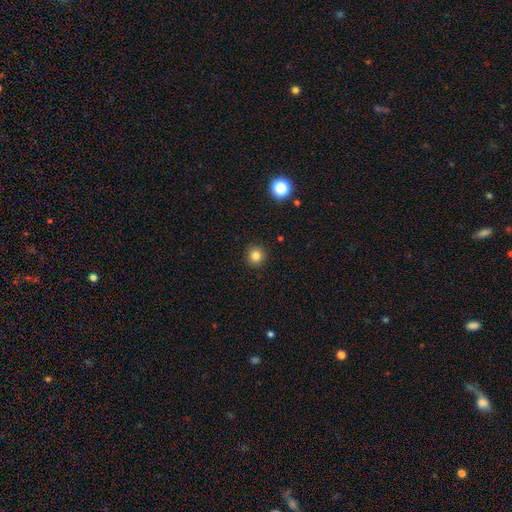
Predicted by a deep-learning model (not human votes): Smooth or featured?
  - smooth: 83% *
  - star or artifact: 13%
  - featured or disk: 5%
How rounded?
  - round: 93% *
  - in between: 6%
  - cigar-shaped: 1%
Merging?
  - none: 91% *
  - minor disturbance: 6%
  - major disturbance: 2%
  - merger: 1%